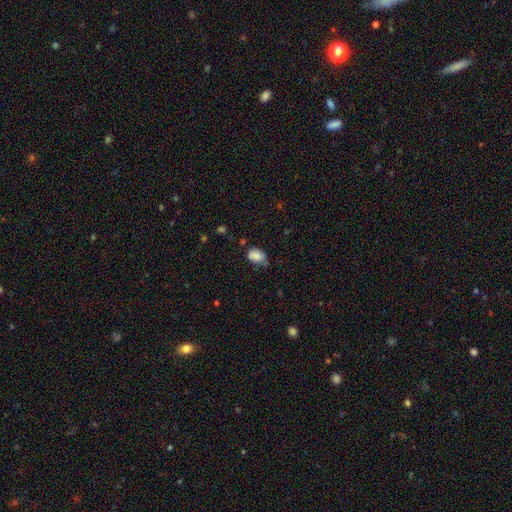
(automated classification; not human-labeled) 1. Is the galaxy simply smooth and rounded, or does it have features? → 80% smooth, 11% featured or disk, 9% star or artifact.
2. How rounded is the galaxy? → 72% in between, 27% round, 1% cigar-shaped.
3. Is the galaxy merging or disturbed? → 44% none, 38% minor disturbance, 12% major disturbance, 5% merger.